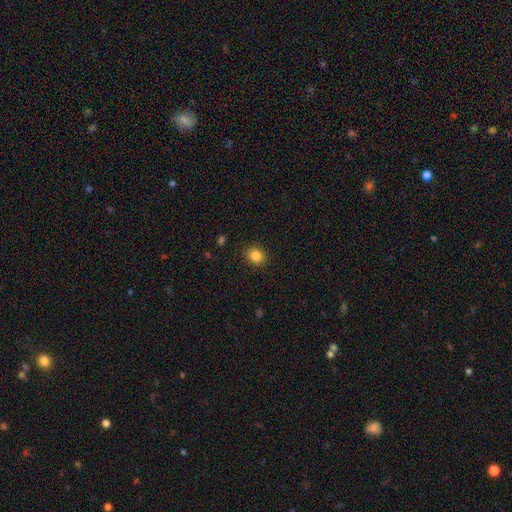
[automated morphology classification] smooth-or-featured: smooth: 85% | star or artifact: 10% | featured or disk: 5%
  how-rounded: round: 68% | in between: 31% | cigar-shaped: 1%
  merging: none: 89% | minor disturbance: 8% | major disturbance: 2% | merger: 1%